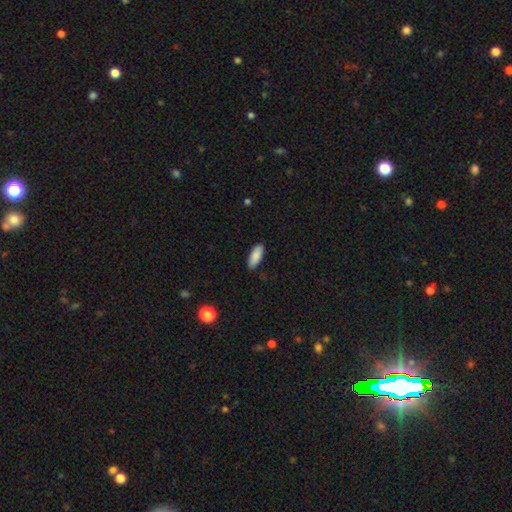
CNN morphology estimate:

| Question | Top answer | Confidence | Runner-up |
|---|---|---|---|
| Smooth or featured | smooth | 89% | star or artifact (6%) |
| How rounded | in between | 77% | cigar-shaped (22%) |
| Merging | none | 89% | minor disturbance (8%) |